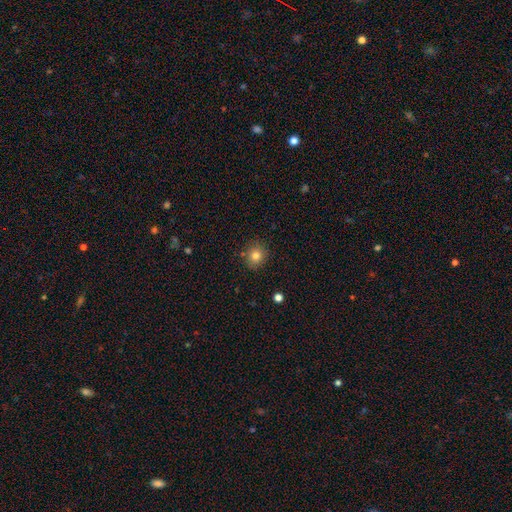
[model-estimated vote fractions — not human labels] This is clearly a smooth galaxy (80%). How rounded: clearly round (82%). Merging: clearly none (86%).